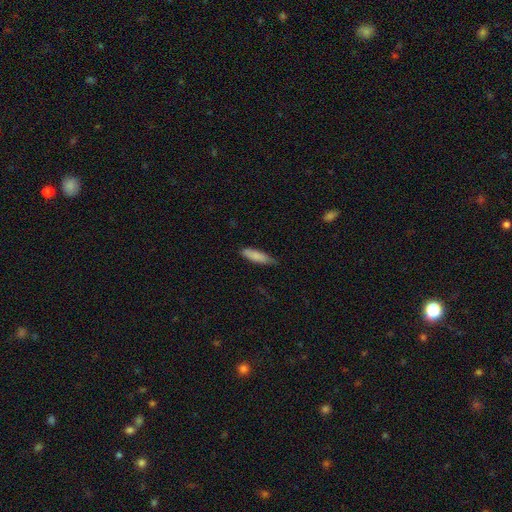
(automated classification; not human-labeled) This appears to be a smooth galaxy with no disk features (85%) that is cigar-shaped (61%). Merging: none (71%).